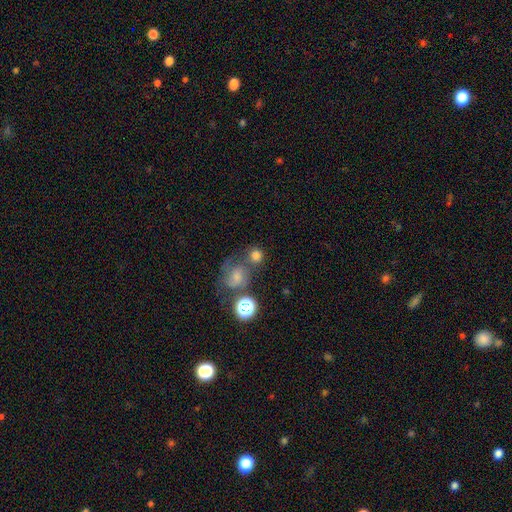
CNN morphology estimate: smooth 71%, star or artifact 16%, featured or disk 13%. Down the decision tree: how rounded — round (82%); merging — none (50%).